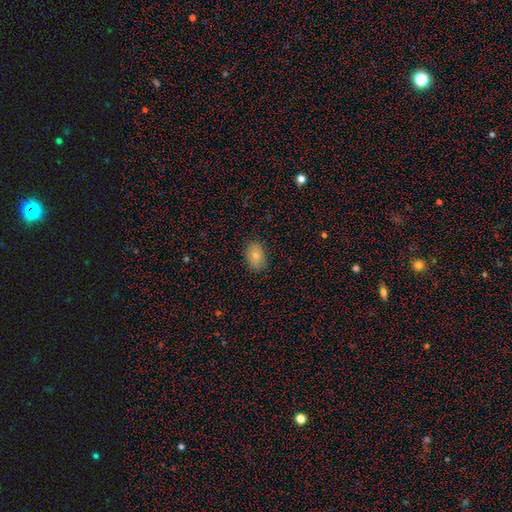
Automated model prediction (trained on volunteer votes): Smooth or featured?
  - smooth: 78% *
  - featured or disk: 13%
  - star or artifact: 9%
How rounded?
  - in between: 80% *
  - round: 19%
  - cigar-shaped: 1%
Merging?
  - none: 85% *
  - minor disturbance: 11%
  - major disturbance: 3%
  - merger: 1%